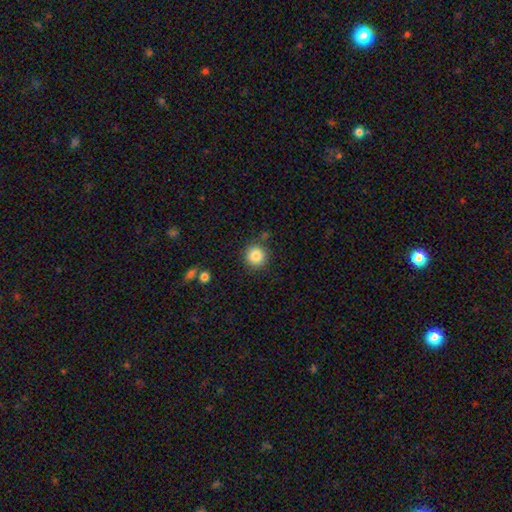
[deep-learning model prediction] A smooth galaxy with no disk features (85%) that is round (93%).

Vote fractions:
- Smooth or featured? smooth: 85% / star or artifact: 10% / featured or disk: 5%
- How rounded? round: 93% / in between: 6% / cigar-shaped: 1%
- Merging? none: 86% / minor disturbance: 9% / merger: 3% / major disturbance: 3%